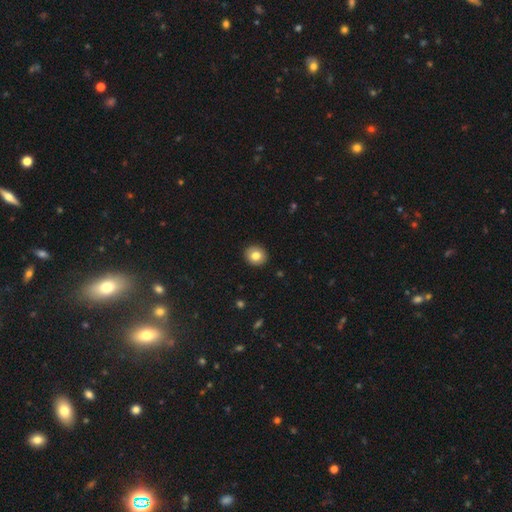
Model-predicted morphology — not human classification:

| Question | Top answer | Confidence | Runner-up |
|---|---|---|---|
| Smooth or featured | smooth | 81% | featured or disk (10%) |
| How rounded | round | 84% | in between (15%) |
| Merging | none | 92% | minor disturbance (6%) |